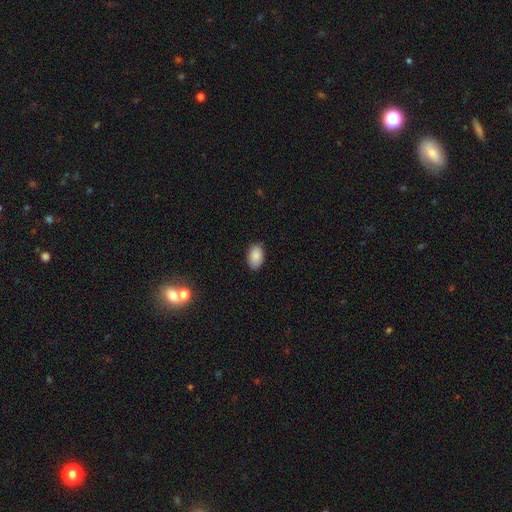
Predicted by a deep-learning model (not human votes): A smooth galaxy with no disk features (88%) that is in between round and cigar-shaped (90%).

Vote fractions:
- Smooth or featured? smooth: 88% / star or artifact: 7% / featured or disk: 5%
- How rounded? in between: 90% / round: 8% / cigar-shaped: 1%
- Merging? none: 83% / minor disturbance: 14% / major disturbance: 2% / merger: 1%